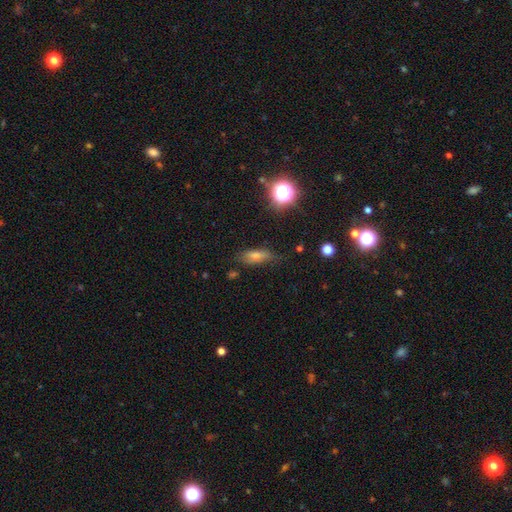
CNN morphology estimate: Smooth or featured? smooth (59%)
How rounded? in between (59%)
Merging? none (68%)